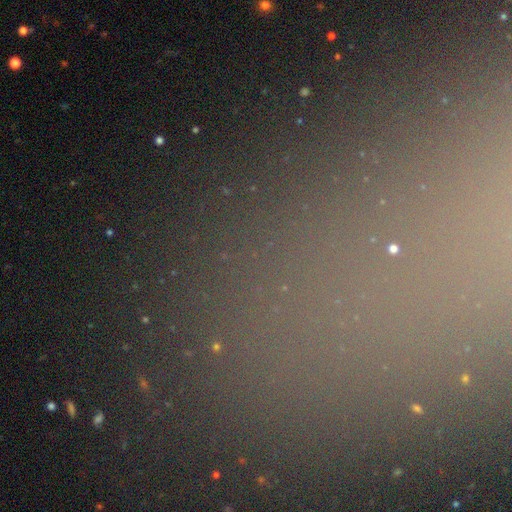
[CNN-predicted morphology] star or artifact 75%, smooth 15%, featured or disk 10%.